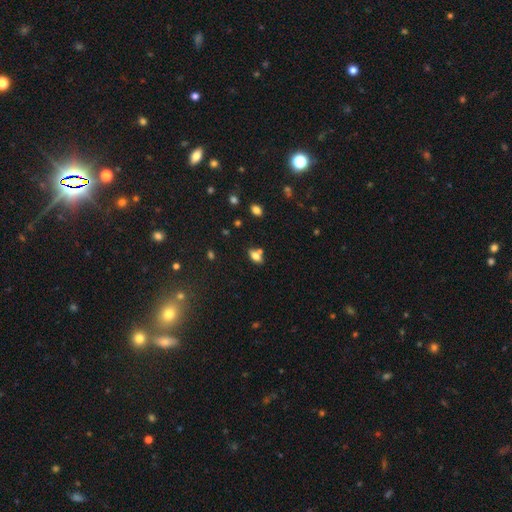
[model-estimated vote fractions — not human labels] Smooth or featured? smooth (74%)
How rounded? in between (85%)
Merging? none (60%)